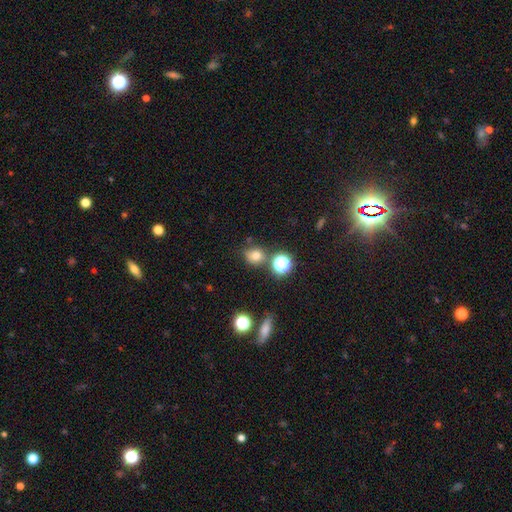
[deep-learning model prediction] Smooth or featured: smooth — 72% (star or artifact — 19%)
How rounded: round — 78% (in between — 21%)
Merging: none — 70% (minor disturbance — 15%)